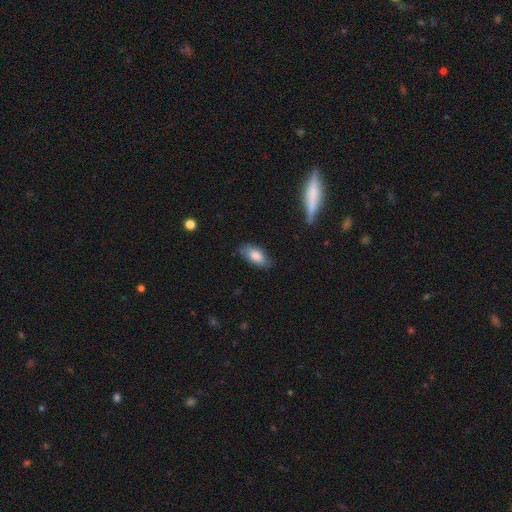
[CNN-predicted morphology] A smooth galaxy with no disk features (82%) that is in between round and cigar-shaped (88%). Merging: none (77%).